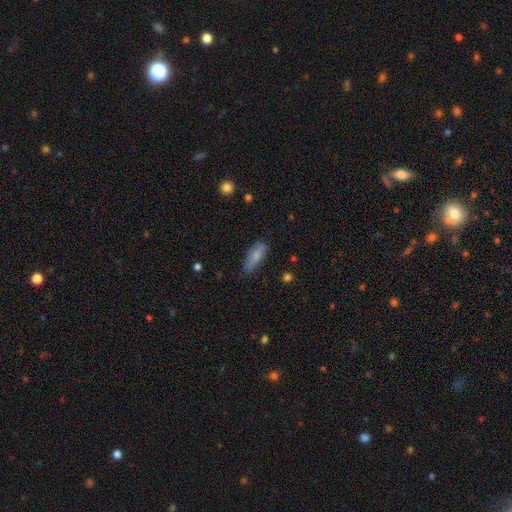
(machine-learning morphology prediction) smooth-or-featured: smooth: 78% | featured or disk: 16% | star or artifact: 6%
  how-rounded: in between: 60% | cigar-shaped: 38% | round: 2%
  merging: none: 68% | minor disturbance: 26% | major disturbance: 5% | merger: 2%